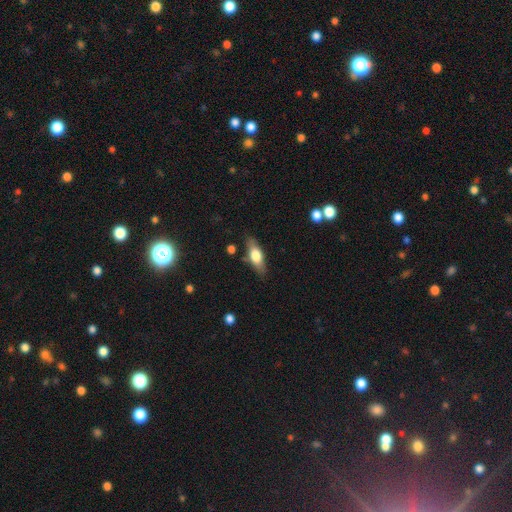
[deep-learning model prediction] Smooth or featured? Predicted: smooth (p=0.64). How rounded? Predicted: in between (p=0.68). Merging? Predicted: none (p=0.80).